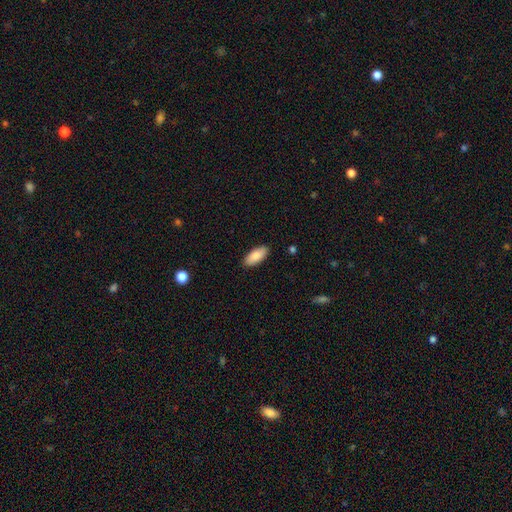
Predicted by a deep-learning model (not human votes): smooth_or_featured: smooth (p=0.86) [alt: featured or disk p=0.08]
how_rounded: in between (p=0.87) [alt: cigar-shaped p=0.11]
merging: none (p=0.89) [alt: minor disturbance p=0.08]